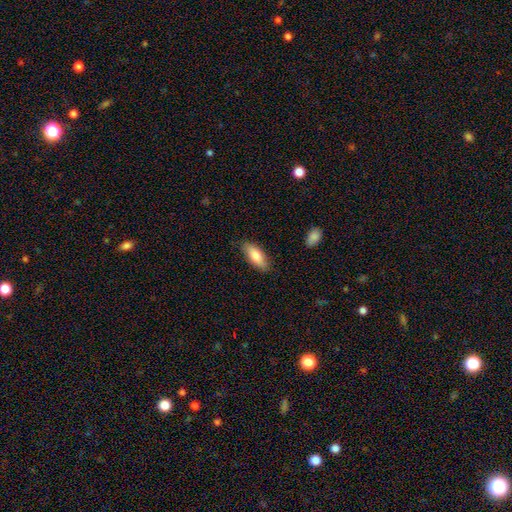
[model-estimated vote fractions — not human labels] Overall: smooth (79%). How rounded: in between (73%). Merging: none (83%).